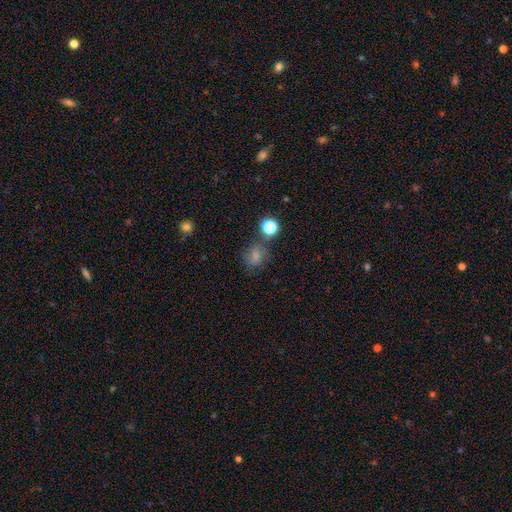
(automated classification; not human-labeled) Smooth or featured? smooth (64%)
How rounded? round (68%)
Merging? none (62%)